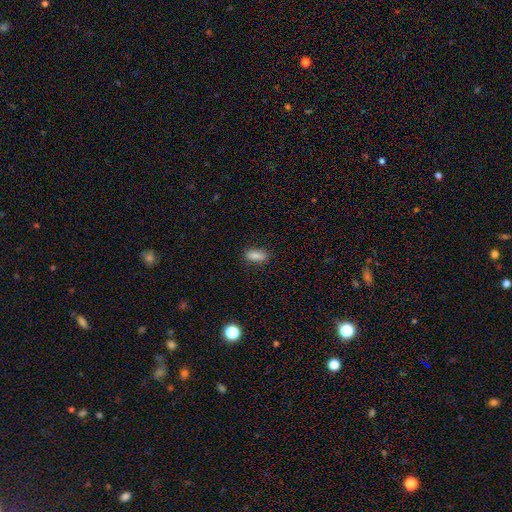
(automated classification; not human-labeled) smooth 84%, star or artifact 9%, featured or disk 7%. Down the decision tree: how rounded — in between (83%); merging — none (86%).